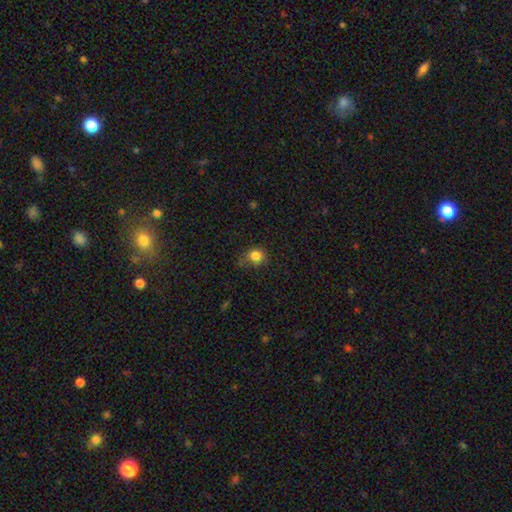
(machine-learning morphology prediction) smooth_or_featured: smooth (p=0.83) [alt: star or artifact p=0.12]
how_rounded: round (p=0.78) [alt: in between p=0.21]
merging: none (p=0.57) [alt: minor disturbance p=0.29]